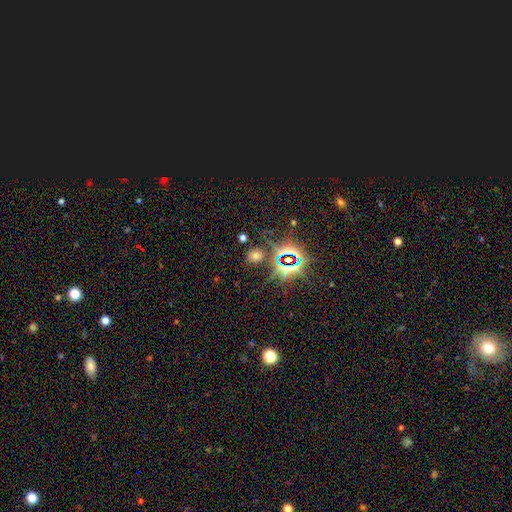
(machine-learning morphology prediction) smooth-or-featured: star or artifact: 47% | smooth: 44% | featured or disk: 9%